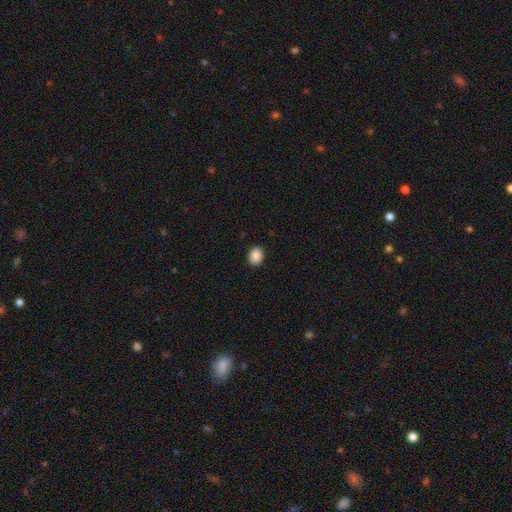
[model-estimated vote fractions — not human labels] Smooth or featured? Predicted: smooth (p=0.89). How rounded? Predicted: round (p=0.50). Merging? Predicted: none (p=0.91).